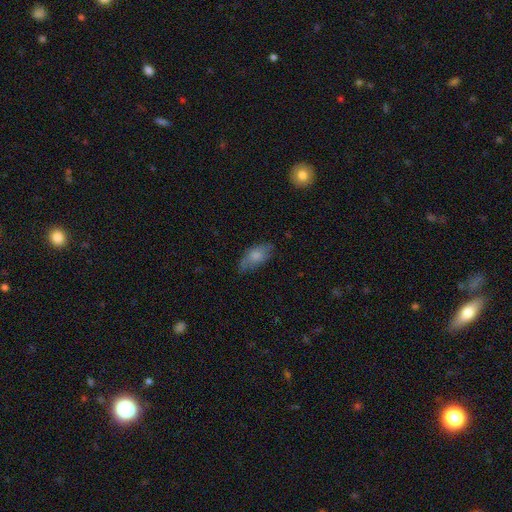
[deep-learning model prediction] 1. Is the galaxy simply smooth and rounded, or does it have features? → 74% smooth, 19% featured or disk, 7% star or artifact.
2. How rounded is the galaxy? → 88% in between, 9% cigar-shaped, 3% round.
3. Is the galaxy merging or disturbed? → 59% none, 31% minor disturbance, 9% major disturbance, 2% merger.